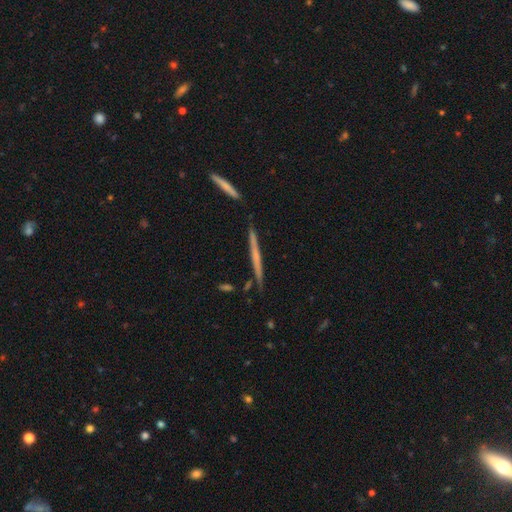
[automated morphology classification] Smooth or featured?
  - featured or disk: 54% *
  - smooth: 40%
  - star or artifact: 6%
Edge-on disk?
  - yes: 97% *
  - no: 3%
Edge-on bulge?
  - none: 82% *
  - rounded: 13%
  - boxy: 5%
Merging?
  - none: 87% *
  - minor disturbance: 9%
  - merger: 3%
  - major disturbance: 2%